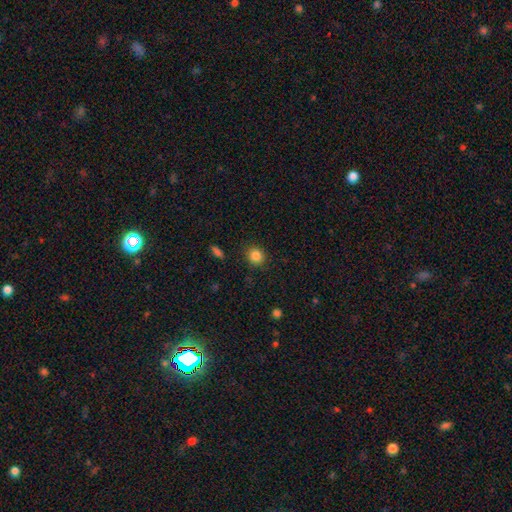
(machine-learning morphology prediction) type=smooth (85%); roundness=round (84%); merging=none (88%).